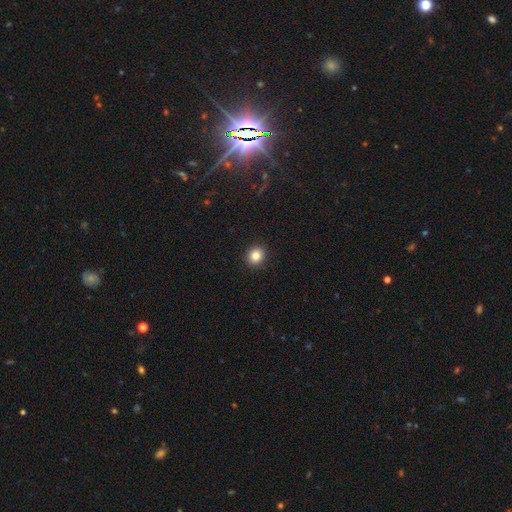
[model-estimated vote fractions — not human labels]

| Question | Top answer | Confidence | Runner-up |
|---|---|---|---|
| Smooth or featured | smooth | 84% | star or artifact (11%) |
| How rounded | round | 84% | in between (15%) |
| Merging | none | 92% | minor disturbance (5%) |